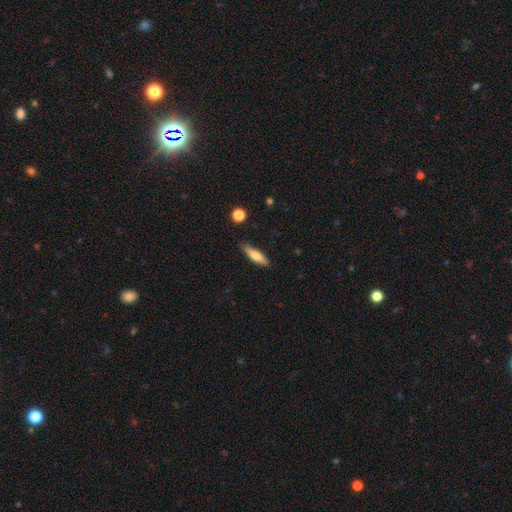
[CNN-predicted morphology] This appears to be a smooth galaxy with no disk features (67%) that is cigar-shaped (69%). Merging: none (84%).